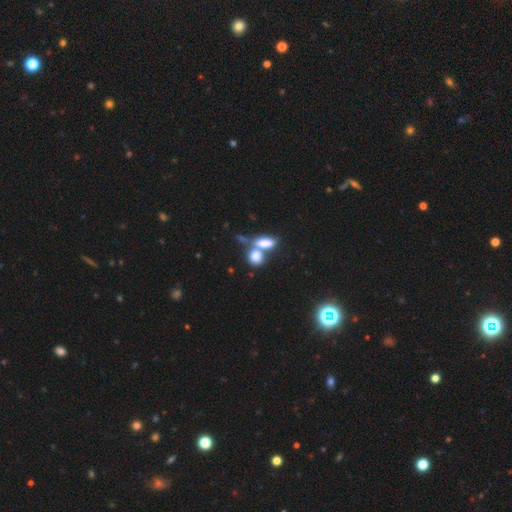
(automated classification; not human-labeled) smooth_or_featured: smooth (p=0.77) [alt: featured or disk p=0.14]
how_rounded: in between (p=0.63) [alt: round p=0.29]
merging: merger (p=0.56) [alt: none p=0.29]